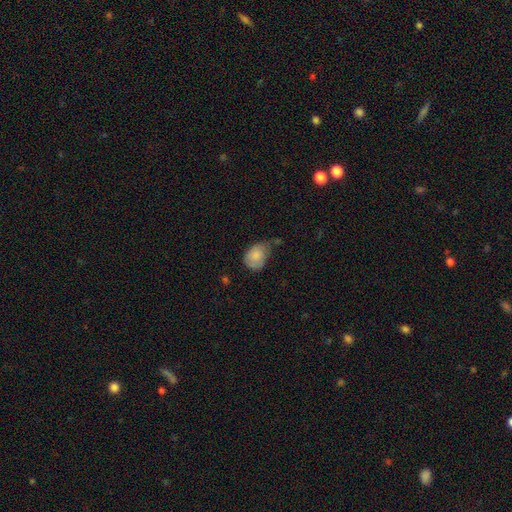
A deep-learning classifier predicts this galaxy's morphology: Smooth or featured: smooth — 78% (featured or disk — 15%)
How rounded: in between — 67% (round — 32%)
Merging: minor disturbance — 45% (none — 33%)